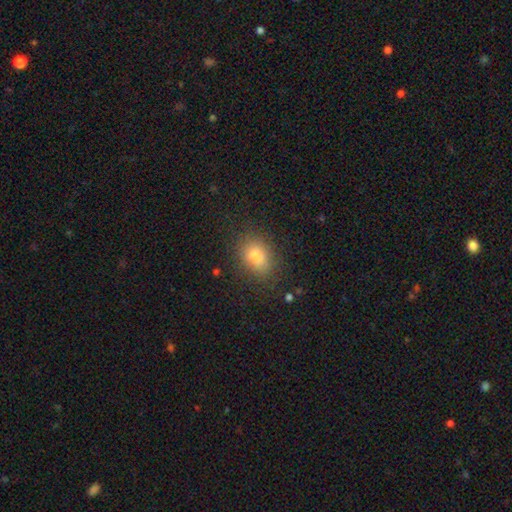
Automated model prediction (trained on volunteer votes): smooth 80%, star or artifact 11%, featured or disk 9%. Down the decision tree: how rounded — in between (67%); merging — none (79%).